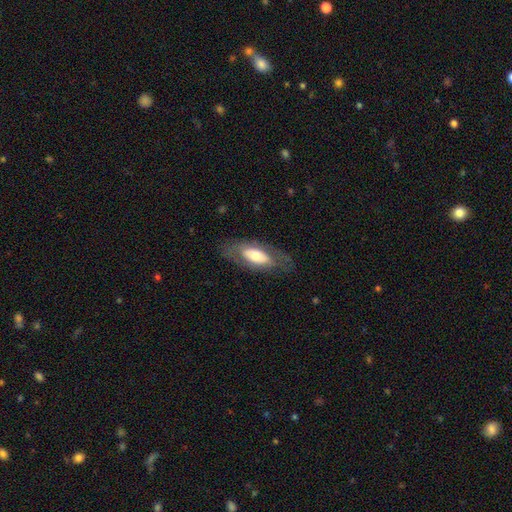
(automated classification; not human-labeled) smooth-or-featured: smooth: 51% | featured or disk: 43% | star or artifact: 6%
  how-rounded: in between: 82% | cigar-shaped: 15% | round: 3%
  merging: none: 74% | minor disturbance: 16% | major disturbance: 9% | merger: 1%